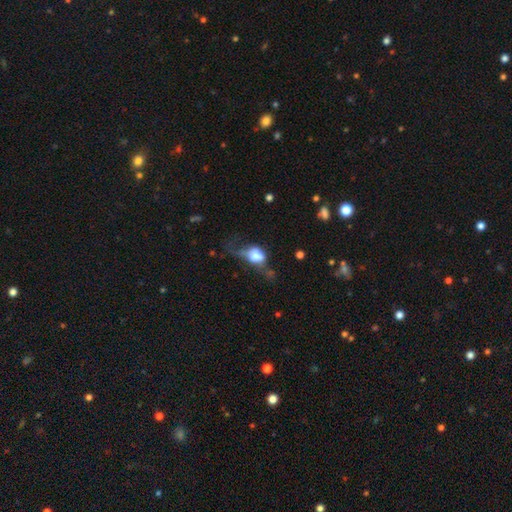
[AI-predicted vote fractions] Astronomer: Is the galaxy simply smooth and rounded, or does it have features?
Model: smooth — 61%.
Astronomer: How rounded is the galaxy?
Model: in between — 61%.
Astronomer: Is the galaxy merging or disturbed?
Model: major disturbance — 46% (runner-up: minor disturbance, 24%).